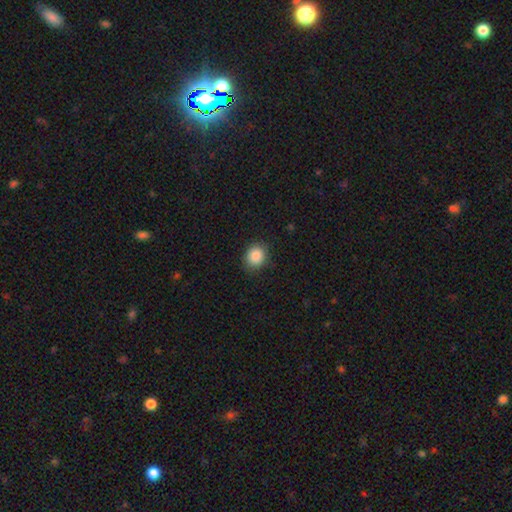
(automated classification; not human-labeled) The model was most divided on "how rounded": round: 71%, in between: 28%, cigar-shaped: 1%. More confident: smooth or featured — smooth (87%); merging — none (85%).